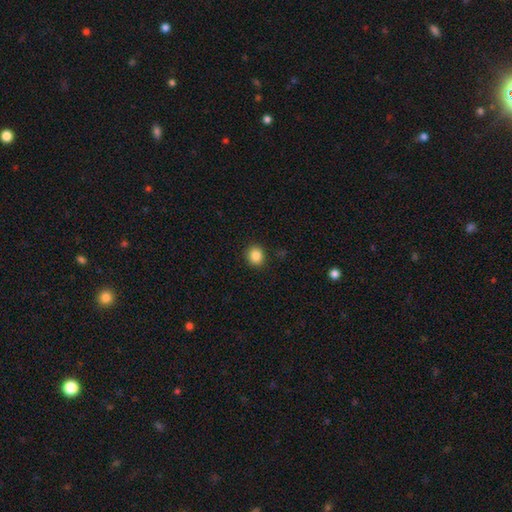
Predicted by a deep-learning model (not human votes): smooth_or_featured: smooth (p=0.86) [alt: star or artifact p=0.10]
how_rounded: round (p=0.81) [alt: in between p=0.18]
merging: none (p=0.90) [alt: minor disturbance p=0.07]